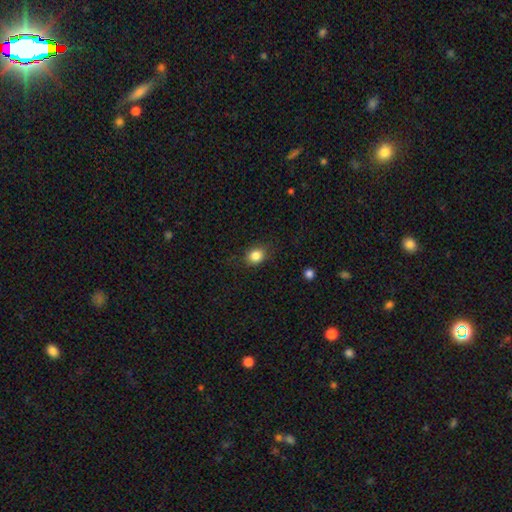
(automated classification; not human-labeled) This is clearly a smooth galaxy (85%). How rounded: likely round (62%). Merging: clearly none (84%).